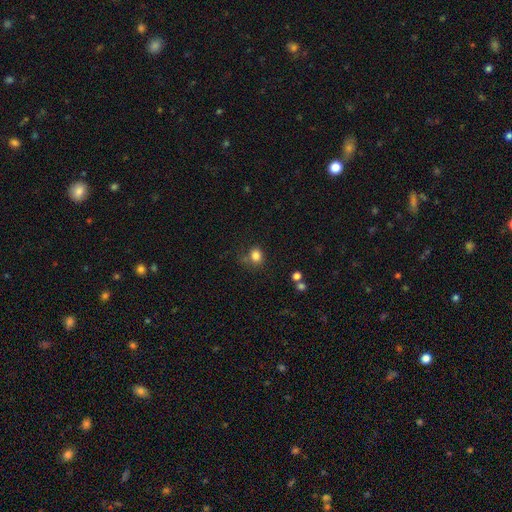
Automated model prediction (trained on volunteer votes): Smooth or featured? Predicted: smooth (p=0.83). How rounded? Predicted: round (p=0.70). Merging? Predicted: none (p=0.66).